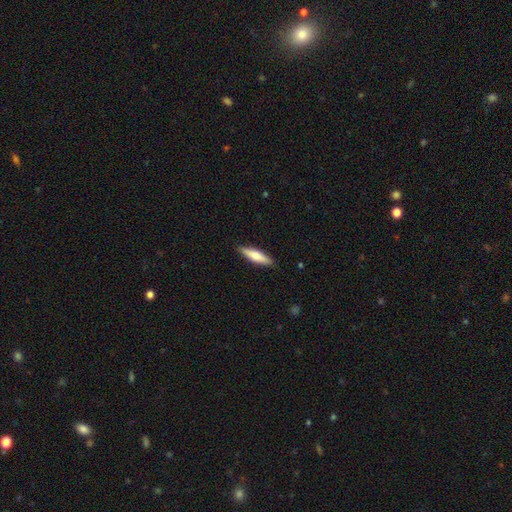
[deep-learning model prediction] Smooth or featured? smooth (66%)
How rounded? cigar-shaped (72%)
Merging? none (89%)